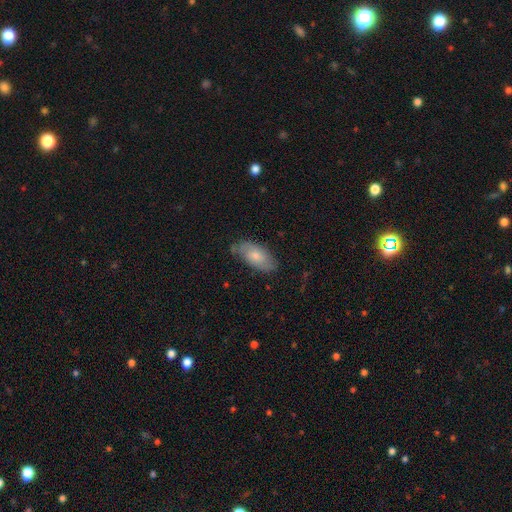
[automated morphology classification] smooth_or_featured: smooth (p=0.57) [alt: featured or disk p=0.37]
how_rounded: in between (p=0.90) [alt: cigar-shaped p=0.07]
merging: none (p=0.70) [alt: minor disturbance p=0.23]